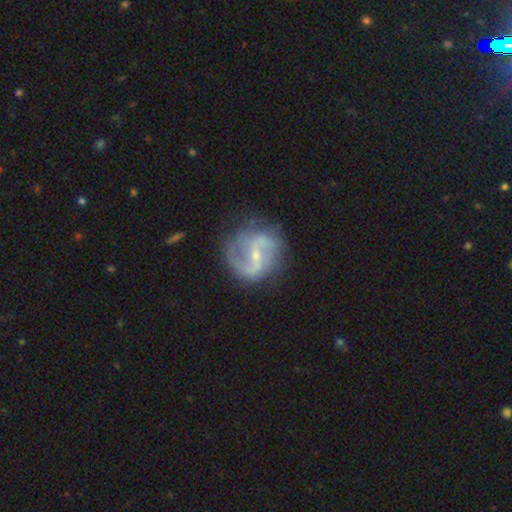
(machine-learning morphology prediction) This appears to be a featured or disk galaxy (86%) with a weak bar (45%), 2 (82%) medium (44%) spiral arms (94%) and a small central bulge (73%). Merging: none (71%).